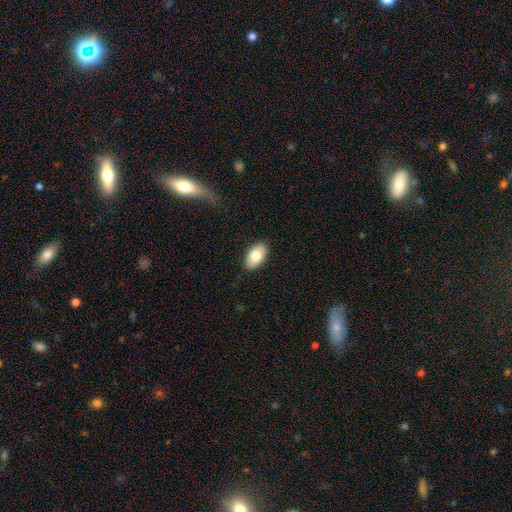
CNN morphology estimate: A smooth galaxy with no disk features (82%) that is in between round and cigar-shaped (94%). Merging: none (89%).